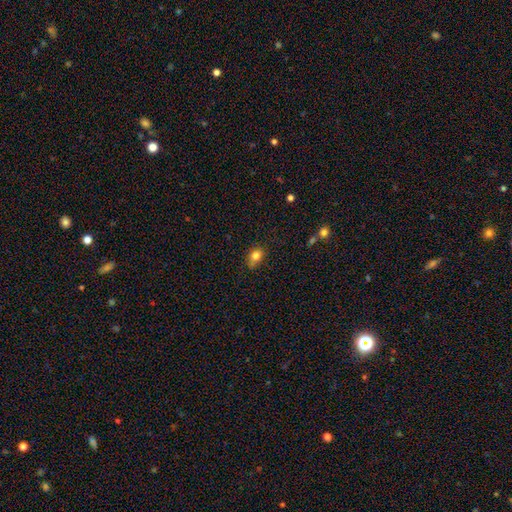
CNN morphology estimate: type=smooth (81%); roundness=in between (58%); merging=none (61%).